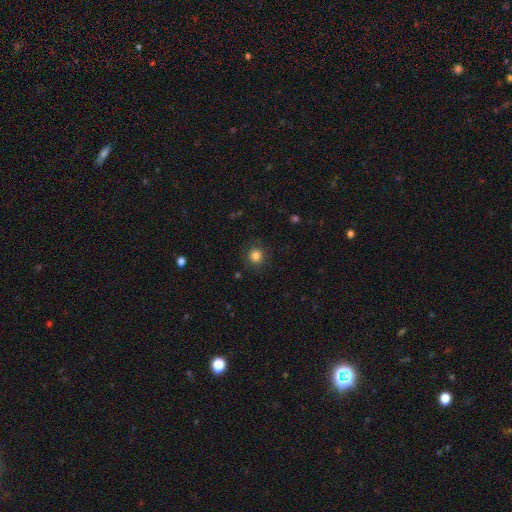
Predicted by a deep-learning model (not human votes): smooth_or_featured: smooth (p=0.83) [alt: star or artifact p=0.12]
how_rounded: round (p=0.88) [alt: in between p=0.11]
merging: none (p=0.85) [alt: minor disturbance p=0.10]